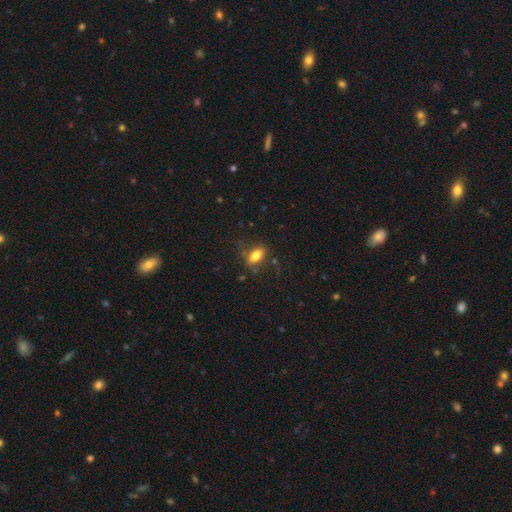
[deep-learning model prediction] This appears to be a smooth galaxy with no disk features (78%) that is in between round and cigar-shaped (85%). Merging: none (75%).